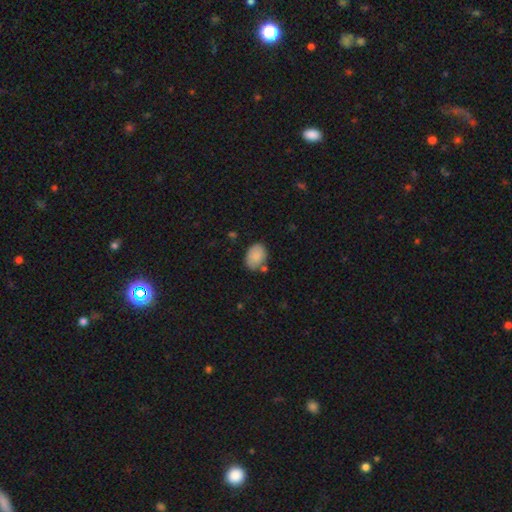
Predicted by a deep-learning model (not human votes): smooth_or_featured: smooth (p=0.85) [alt: featured or disk p=0.07]
how_rounded: in between (p=0.82) [alt: round p=0.17]
merging: none (p=0.71) [alt: minor disturbance p=0.18]